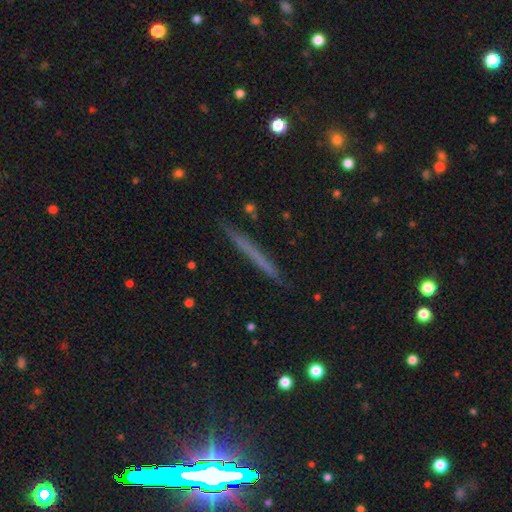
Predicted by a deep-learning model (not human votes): A smooth galaxy with no disk features (45%).

Vote fractions:
- Smooth or featured? smooth: 45% / featured or disk: 39% / star or artifact: 16%
- Merging? none: 88% / minor disturbance: 9% / major disturbance: 2% / merger: 2%